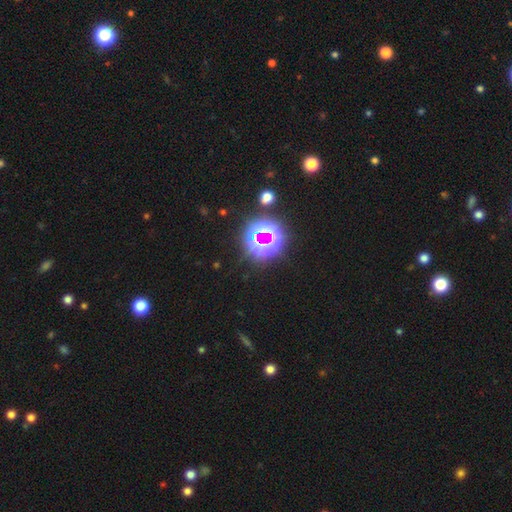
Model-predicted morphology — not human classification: A star or artifact, not a galaxy (68%).